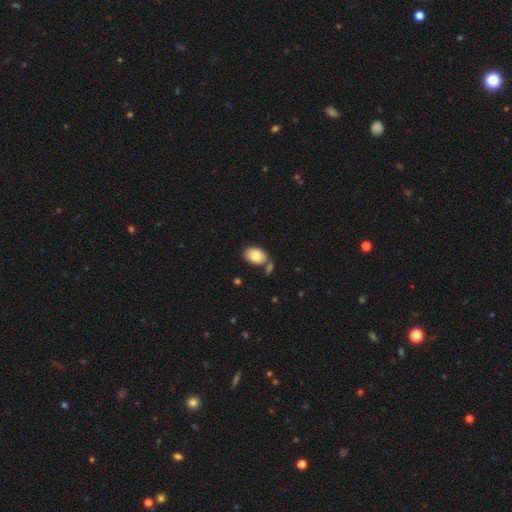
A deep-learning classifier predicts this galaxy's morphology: Smooth or featured? Predicted: smooth (p=0.81). How rounded? Predicted: in between (p=0.85). Merging? Predicted: none (p=0.68).